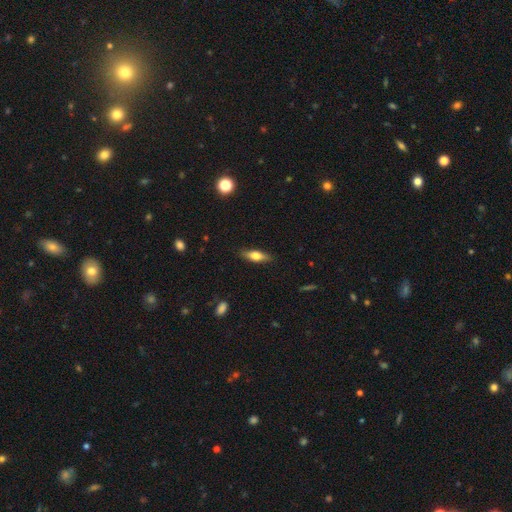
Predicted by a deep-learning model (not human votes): smooth 61%, featured or disk 32%, star or artifact 7%. Down the decision tree: how rounded — in between (53%); merging — none (86%).